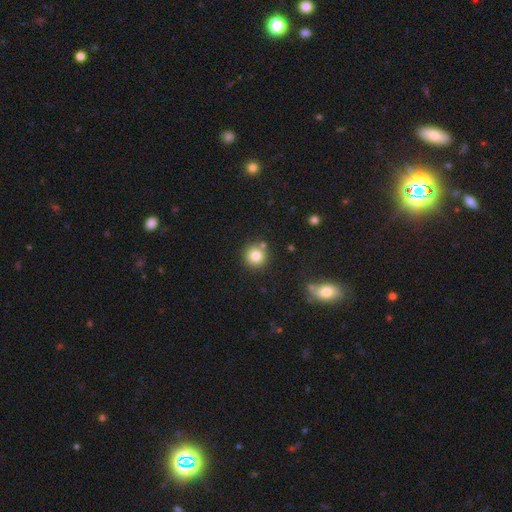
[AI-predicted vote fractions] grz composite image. It shows a smooth galaxy with no disk features (82%) that is round (93%). Merging: none (82%).